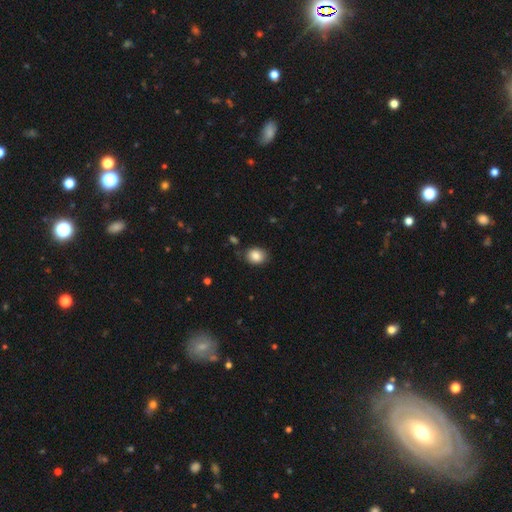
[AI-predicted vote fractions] This appears to be a smooth galaxy with no disk features (85%) that is round (50%). Merging: none (82%).